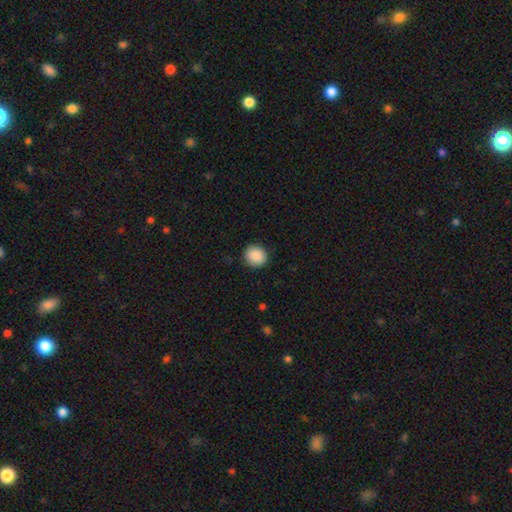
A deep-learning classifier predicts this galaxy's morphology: A smooth galaxy with no disk features (89%) that is round (86%).

Vote fractions:
- Smooth or featured? smooth: 89% / star or artifact: 8% / featured or disk: 3%
- How rounded? round: 86% / in between: 13% / cigar-shaped: 1%
- Merging? none: 89% / minor disturbance: 8% / major disturbance: 2% / merger: 1%